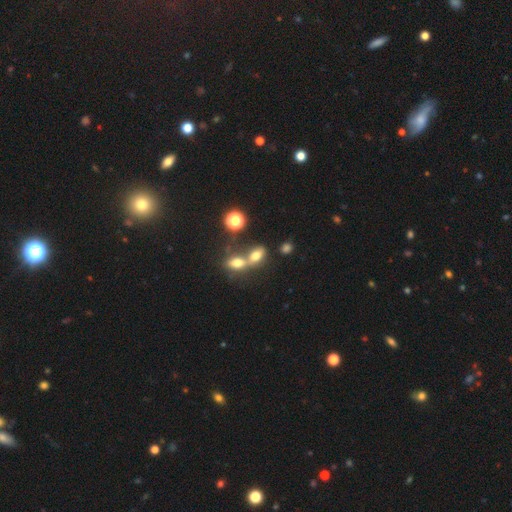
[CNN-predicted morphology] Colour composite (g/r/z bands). It shows a smooth galaxy with no disk features (70%) that is in between round and cigar-shaped (75%). Merging: merger (57%).